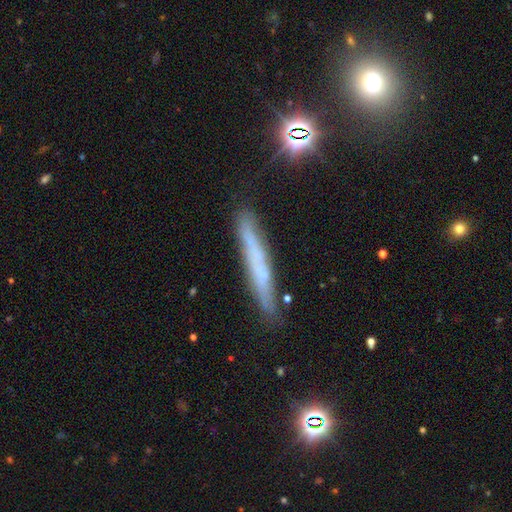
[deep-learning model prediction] This appears to be a featured or disk galaxy (46%). Merging: none (84%).